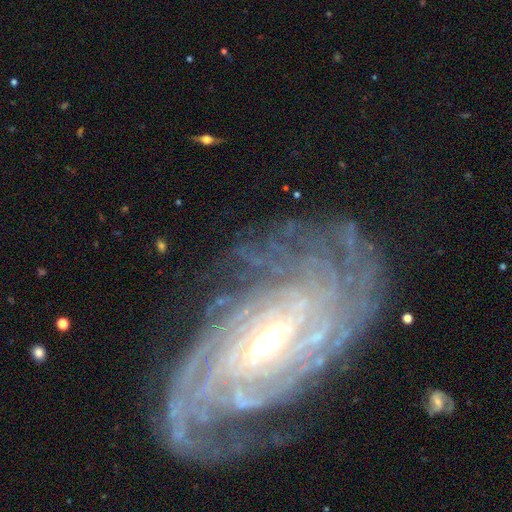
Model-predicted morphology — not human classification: The model was most divided on "spiral arm count": more than 4: 30%, can't tell: 27%, 4: 16%, 3: 10%, 2: 9%, 1: 7%. Remaining: spiral arms — yes (97%); edge-on disk — no (94%); smooth or featured — featured or disk (89%); spiral winding — tight (80%); merging — none (75%); bulge size — moderate (51%); bar — weak (41%).